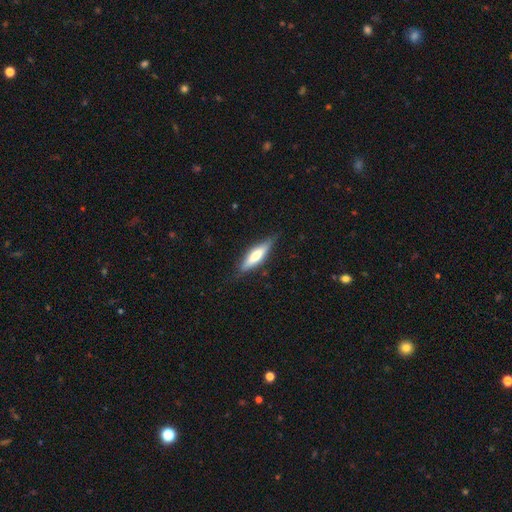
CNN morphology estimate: smooth_or_featured: smooth (p=0.51) [alt: featured or disk p=0.43]
how_rounded: cigar-shaped (p=0.68) [alt: in between p=0.31]
merging: none (p=0.82) [alt: minor disturbance p=0.14]